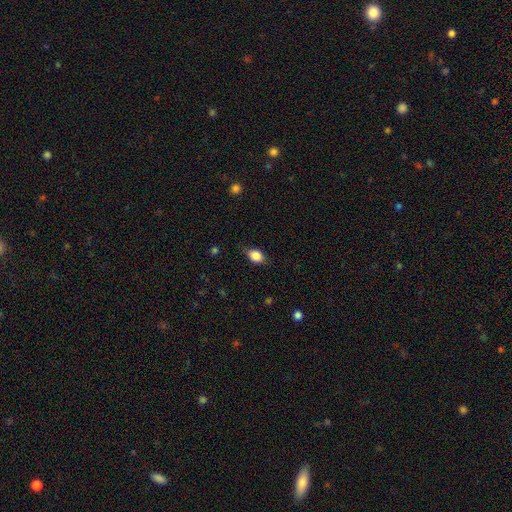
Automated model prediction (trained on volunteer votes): smooth 85%, star or artifact 8%, featured or disk 6%. Down the decision tree: how rounded — in between (72%); merging — none (75%).